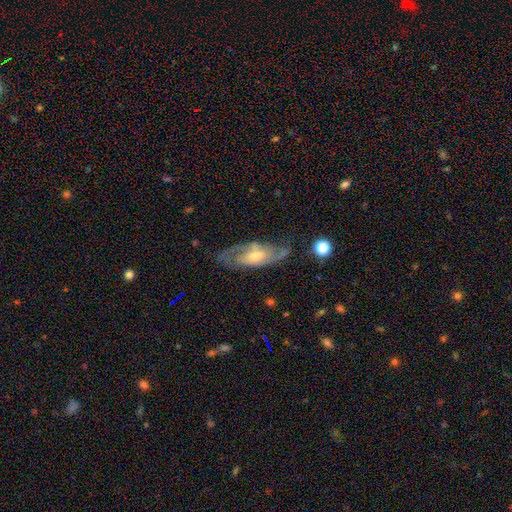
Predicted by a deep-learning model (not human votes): Morphology: type=featured or disk (72%); edge-on=no (86%); bar=no (52%); spiral arms=yes (83%); winding=medium (45%); arm count=2 (62%); bulge=moderate (49%); merging=none (60%).